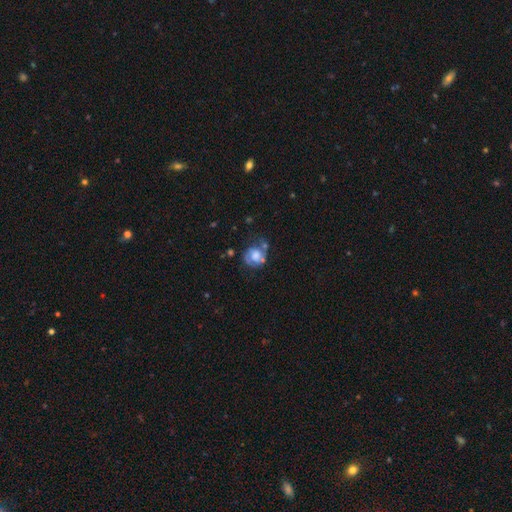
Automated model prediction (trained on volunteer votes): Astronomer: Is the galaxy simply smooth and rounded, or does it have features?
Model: featured or disk — 57% (runner-up: smooth, 35%).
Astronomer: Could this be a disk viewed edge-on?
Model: no — 97%.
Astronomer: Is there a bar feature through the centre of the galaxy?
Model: no — 69%.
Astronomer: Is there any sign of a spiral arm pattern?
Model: yes — 79%.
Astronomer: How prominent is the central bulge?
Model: large — 38% (runner-up: moderate, 29%).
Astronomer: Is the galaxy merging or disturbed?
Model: none — 48% (runner-up: minor disturbance, 25%).